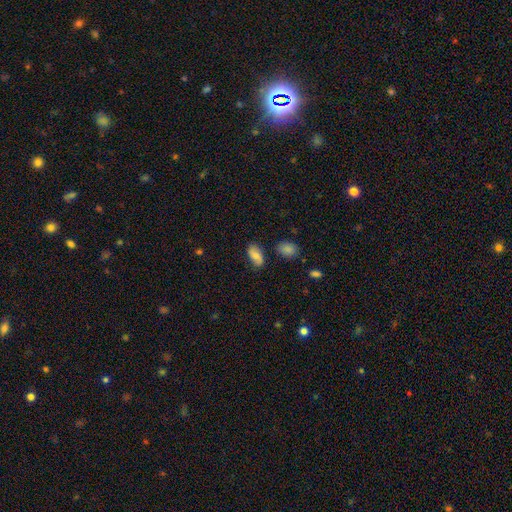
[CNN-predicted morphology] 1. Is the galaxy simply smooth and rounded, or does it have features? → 68% smooth, 24% featured or disk, 8% star or artifact.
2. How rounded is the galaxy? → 91% in between, 5% round, 5% cigar-shaped.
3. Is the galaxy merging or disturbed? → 78% none, 15% minor disturbance, 3% major disturbance, 3% merger.